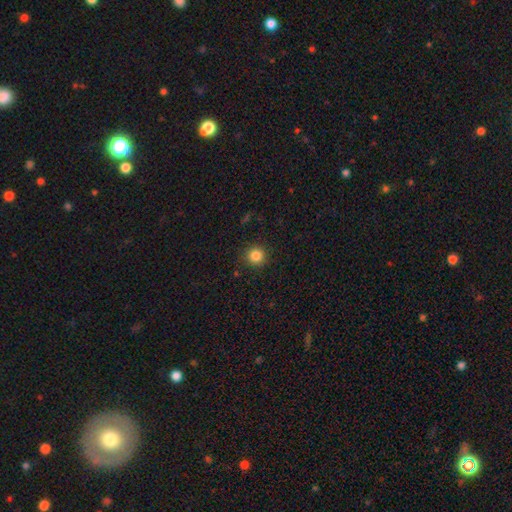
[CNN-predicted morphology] Smooth or featured: smooth — 84% (star or artifact — 11%)
How rounded: round — 93% (in between — 6%)
Merging: none — 90% (minor disturbance — 6%)